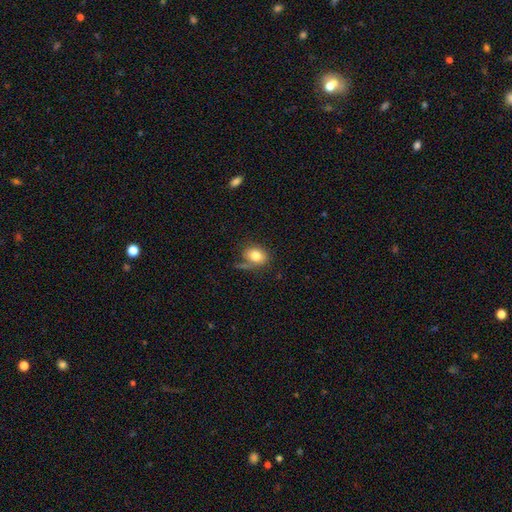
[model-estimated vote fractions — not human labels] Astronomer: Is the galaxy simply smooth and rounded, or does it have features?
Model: smooth — 79%.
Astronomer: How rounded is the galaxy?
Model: in between — 64%.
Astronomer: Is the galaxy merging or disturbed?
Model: none — 58%.